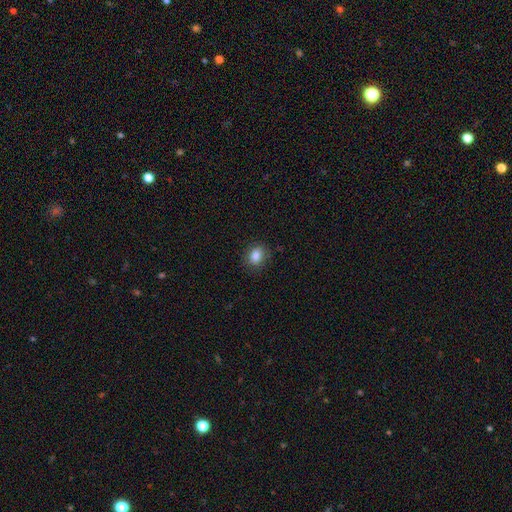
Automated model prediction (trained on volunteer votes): Smooth or featured?
  - smooth: 85% *
  - star or artifact: 10%
  - featured or disk: 6%
How rounded?
  - round: 50% *
  - in between: 49%
  - cigar-shaped: 1%
Merging?
  - none: 84% *
  - minor disturbance: 12%
  - major disturbance: 3%
  - merger: 1%